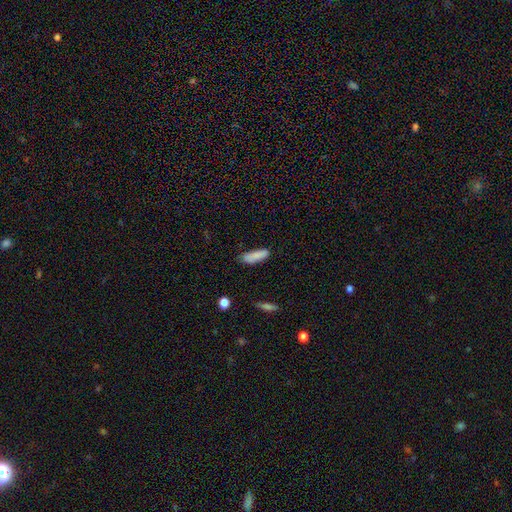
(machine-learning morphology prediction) This is clearly a smooth galaxy (85%). How rounded: possibly in between (52%). Merging: likely none (73%).